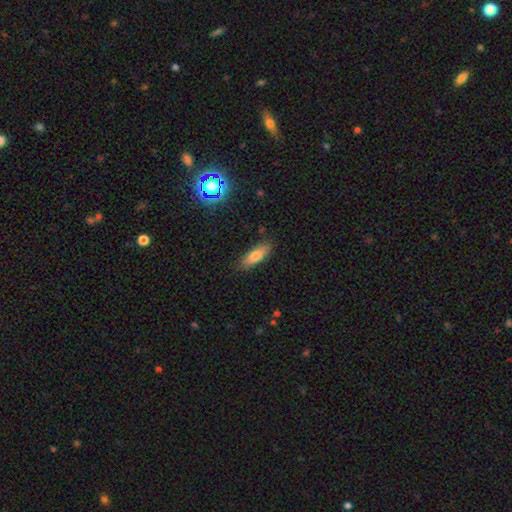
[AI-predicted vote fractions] smooth 75%, featured or disk 17%, star or artifact 8%. Down the decision tree: how rounded — in between (56%); merging — none (84%).